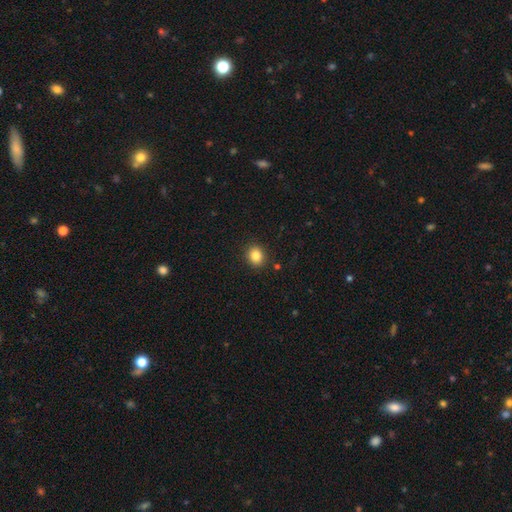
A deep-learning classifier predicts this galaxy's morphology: Smooth or featured? Predicted: smooth (p=0.84). How rounded? Predicted: round (p=0.66). Merging? Predicted: none (p=0.89).